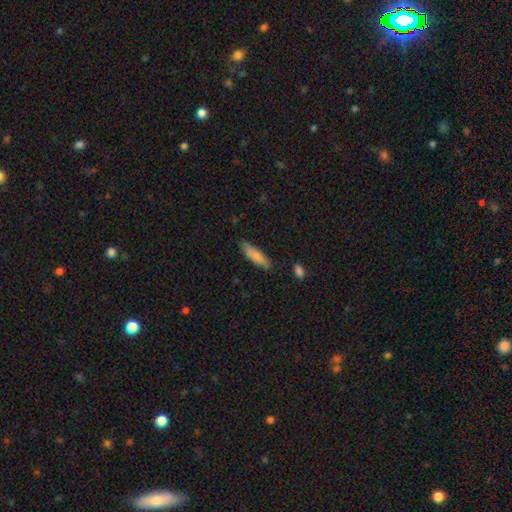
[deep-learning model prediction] Overall: smooth (81%). How rounded: cigar-shaped (63%; in between 36%). Merging: none (75%).